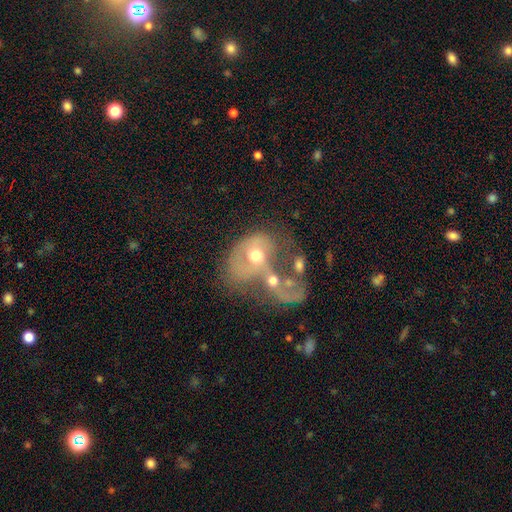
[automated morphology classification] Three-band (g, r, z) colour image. It shows a featured or disk galaxy (59%) with no bar (78%), no spiral arms (59%) and a moderate central bulge (72%). Merging: merger (61%).